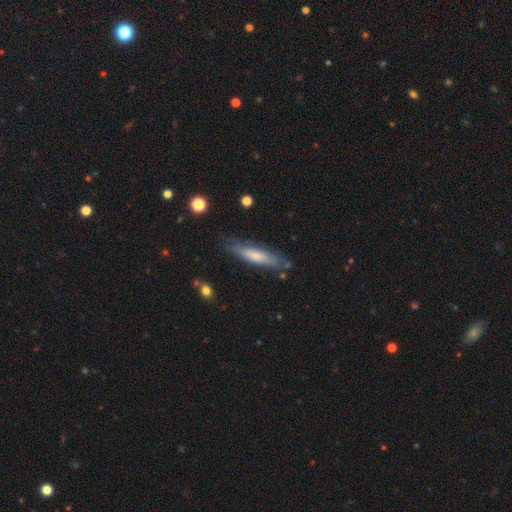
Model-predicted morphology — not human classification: Smooth or featured? smooth (56%)
How rounded? cigar-shaped (79%)
Merging? none (73%)